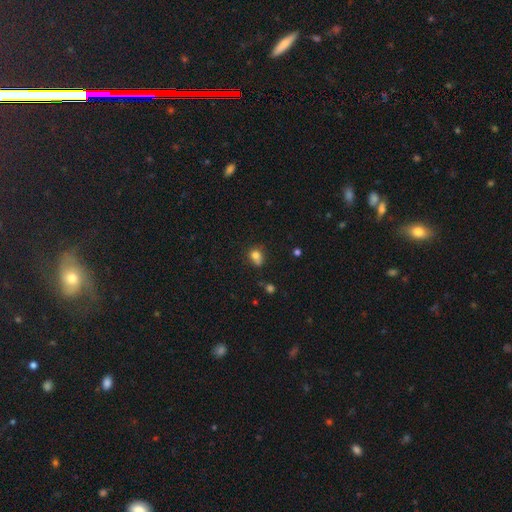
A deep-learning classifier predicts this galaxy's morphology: Q: Smooth or featured?
A: smooth (78%); runner-up: star or artifact (13%)
Q: How rounded?
A: round (53%); runner-up: in between (45%)
Q: Merging?
A: none (47%); runner-up: minor disturbance (30%)